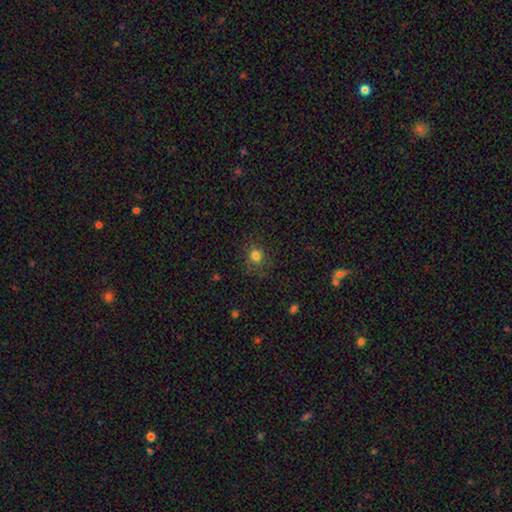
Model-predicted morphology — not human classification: Smooth or featured? Predicted: smooth (p=0.77). How rounded? Predicted: round (p=0.87). Merging? Predicted: none (p=0.82).